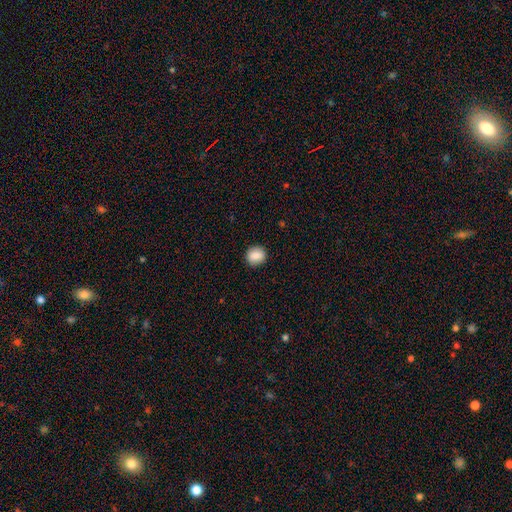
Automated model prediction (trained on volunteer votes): smooth-or-featured: smooth: 86% | star or artifact: 8% | featured or disk: 6%
  how-rounded: round: 83% | in between: 16% | cigar-shaped: 1%
  merging: none: 89% | minor disturbance: 8% | major disturbance: 2% | merger: 1%